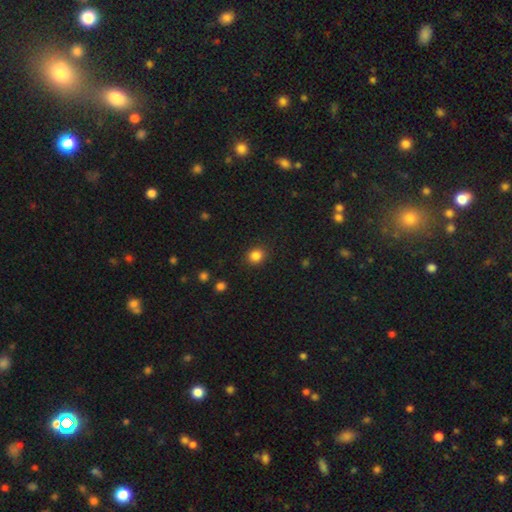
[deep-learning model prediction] The model was most divided on "how rounded": round: 75%, in between: 24%, cigar-shaped: 1%. More confident: merging — none (89%); smooth or featured — smooth (85%).